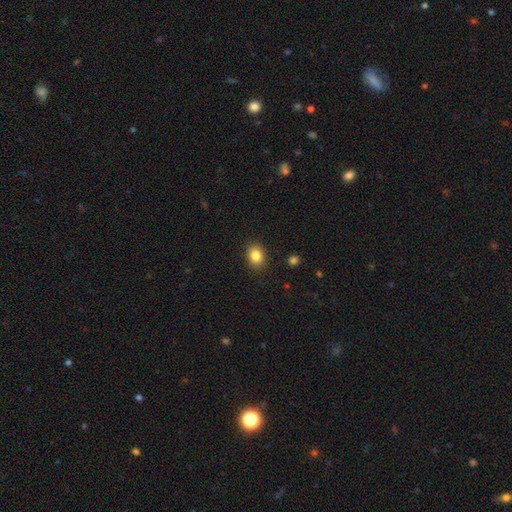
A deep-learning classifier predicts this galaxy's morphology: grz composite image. It shows a smooth galaxy with no disk features (85%) that is in between round and cigar-shaped (62%). Merging: none (89%).